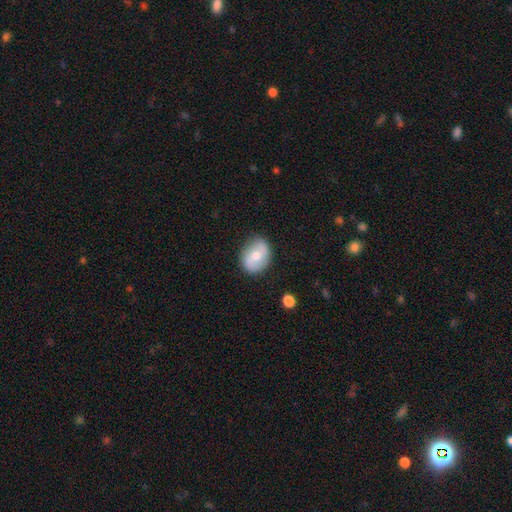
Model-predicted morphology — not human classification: This appears to be a smooth galaxy with no disk features (54%) that is in between round and cigar-shaped (50%). Merging: none (78%).